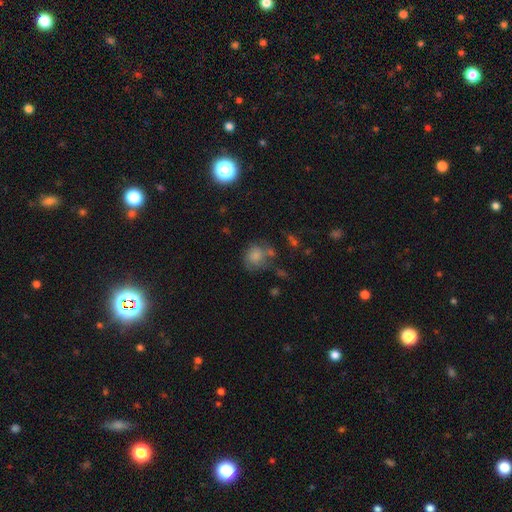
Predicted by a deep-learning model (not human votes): A smooth galaxy with no disk features (68%) that is round (72%).

Vote fractions:
- Smooth or featured? smooth: 68% / featured or disk: 22% / star or artifact: 10%
- How rounded? round: 72% / in between: 27% / cigar-shaped: 1%
- Merging? none: 43% / minor disturbance: 25% / major disturbance: 19% / merger: 14%